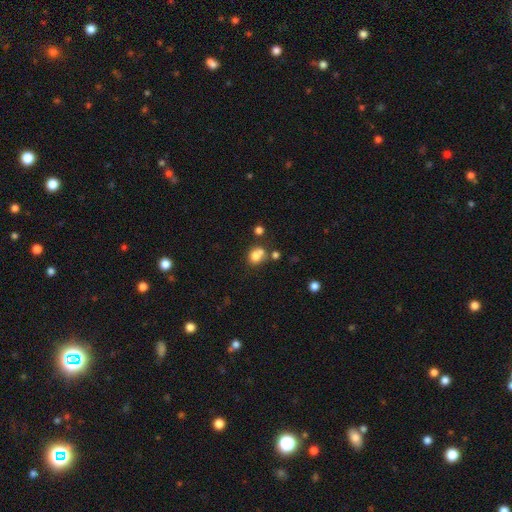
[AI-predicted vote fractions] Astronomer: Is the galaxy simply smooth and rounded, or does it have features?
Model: smooth — 77%.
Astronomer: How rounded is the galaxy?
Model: round — 51% (runner-up: in between, 48%).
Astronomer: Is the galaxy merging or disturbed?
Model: none — 43% (runner-up: merger, 33%).